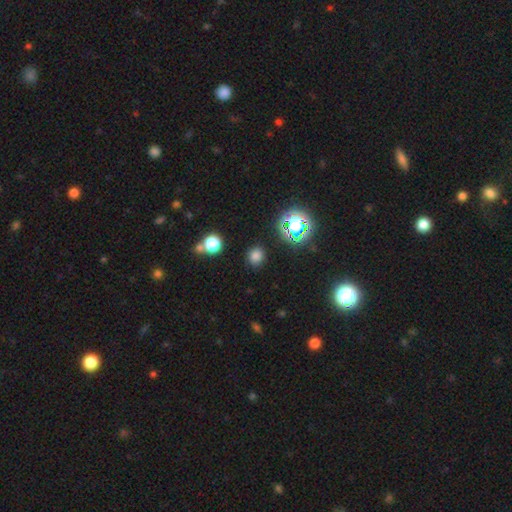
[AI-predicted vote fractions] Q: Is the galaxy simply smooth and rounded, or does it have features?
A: smooth — 73%.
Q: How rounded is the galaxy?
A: round — 80%.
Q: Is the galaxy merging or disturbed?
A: none — 86%.